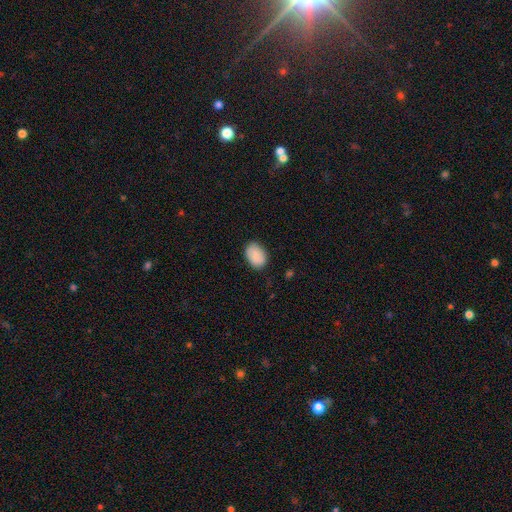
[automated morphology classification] Smooth or featured? smooth (87%)
How rounded? in between (83%)
Merging? none (84%)